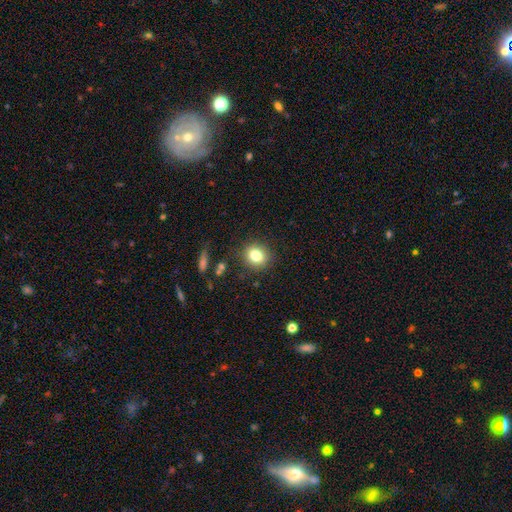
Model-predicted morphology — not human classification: Smooth or featured: smooth — 81% (star or artifact — 11%)
How rounded: round — 78% (in between — 21%)
Merging: none — 86% (minor disturbance — 9%)